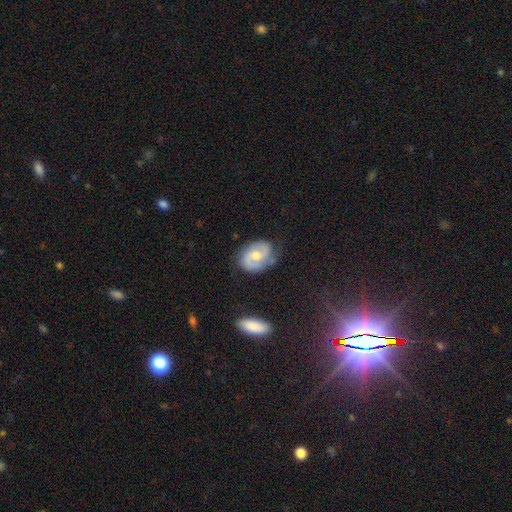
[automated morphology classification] smooth_or_featured: featured or disk (p=0.72) [alt: smooth p=0.21]
disk_edge_on: no (p=0.97) [alt: yes p=0.03]
bar: no (p=0.54) [alt: weak p=0.38]
has_spiral_arms: yes (p=0.90) [alt: no p=0.10]
spiral_winding: medium (p=0.44) [alt: tight p=0.37]
spiral_arm_count: 2 (p=0.83) [alt: can't tell p=0.09]
bulge_size: moderate (p=0.70) [alt: small p=0.24]
merging: none (p=0.70) [alt: minor disturbance p=0.21]